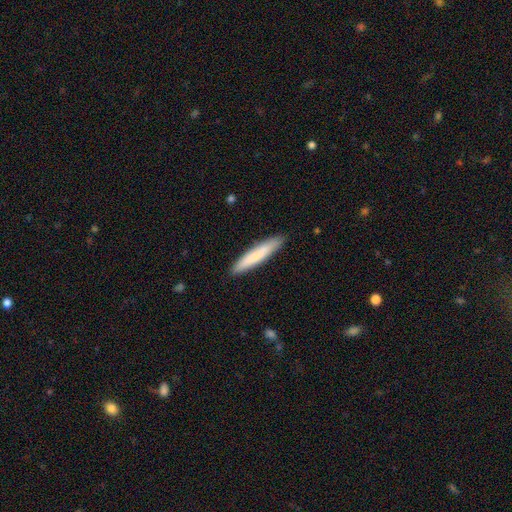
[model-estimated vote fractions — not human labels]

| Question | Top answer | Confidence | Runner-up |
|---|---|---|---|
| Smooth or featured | smooth | 77% | featured or disk (18%) |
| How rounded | cigar-shaped | 92% | in between (7%) |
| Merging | none | 89% | minor disturbance (8%) |